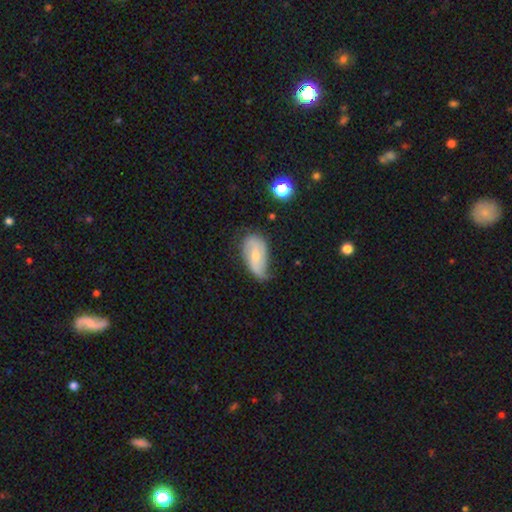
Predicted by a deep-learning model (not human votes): Overall: featured or disk (51%; smooth 42%). Edge-on disk: no (93%). Merging: minor disturbance (42%; none 40%).